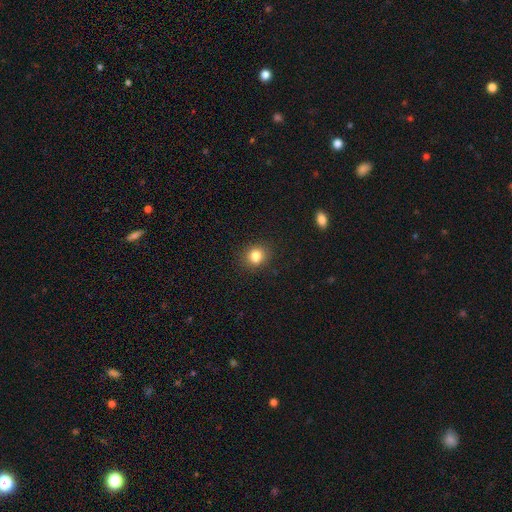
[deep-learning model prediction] Morphology: type=smooth (84%); roundness=round (75%); merging=none (87%).